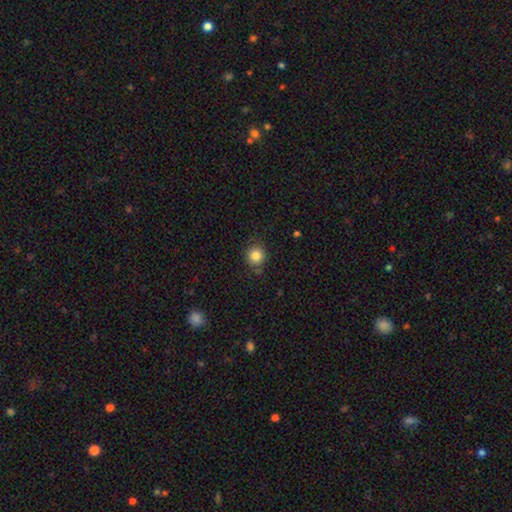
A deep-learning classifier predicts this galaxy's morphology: type=smooth (83%); roundness=round (92%); merging=none (82%).